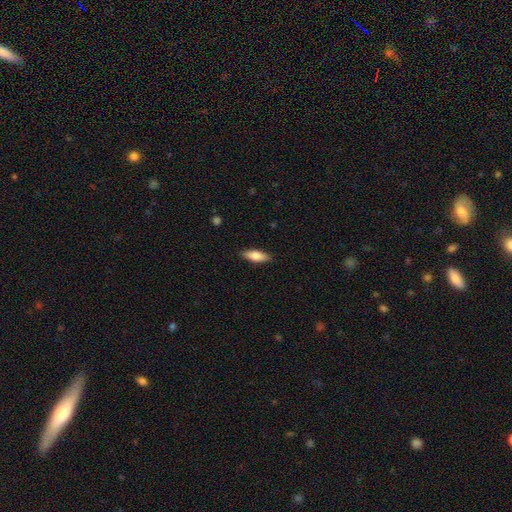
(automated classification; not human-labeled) This appears to be a smooth galaxy with no disk features (78%) that is in between round and cigar-shaped (62%). Merging: none (88%).